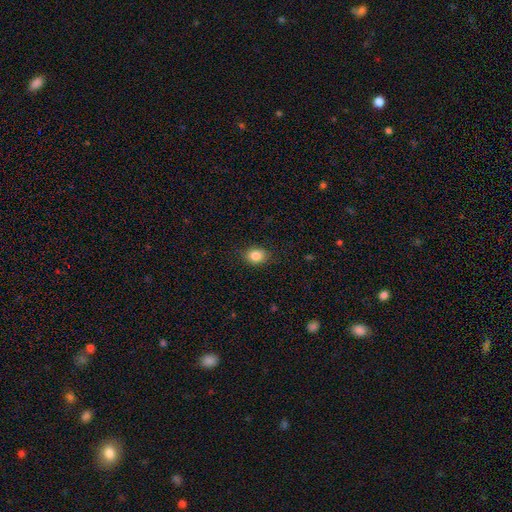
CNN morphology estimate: smooth-or-featured: smooth: 84% | star or artifact: 10% | featured or disk: 6%
  how-rounded: in between: 55% | round: 44% | cigar-shaped: 1%
  merging: none: 85% | minor disturbance: 11% | major disturbance: 3% | merger: 1%